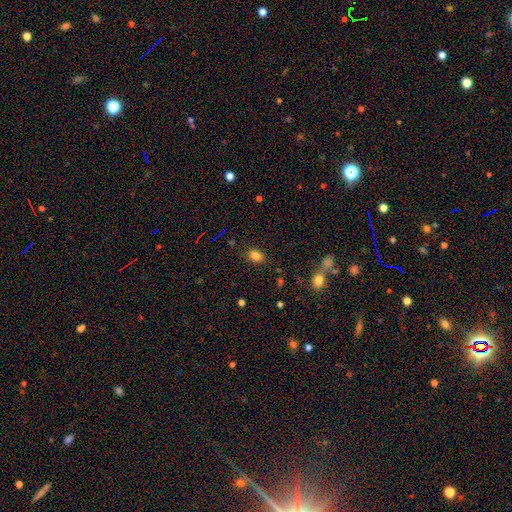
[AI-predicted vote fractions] Morphology: type=smooth (81%); roundness=in between (76%); merging=none (84%).